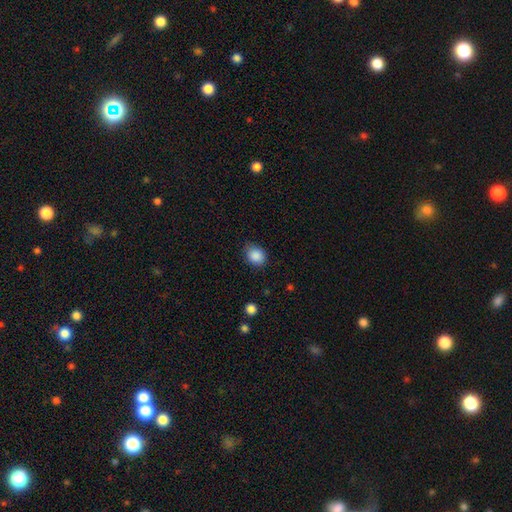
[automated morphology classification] Smooth or featured: smooth — 88% (star or artifact — 8%)
How rounded: round — 51% (in between — 48%)
Merging: none — 74% (minor disturbance — 21%)